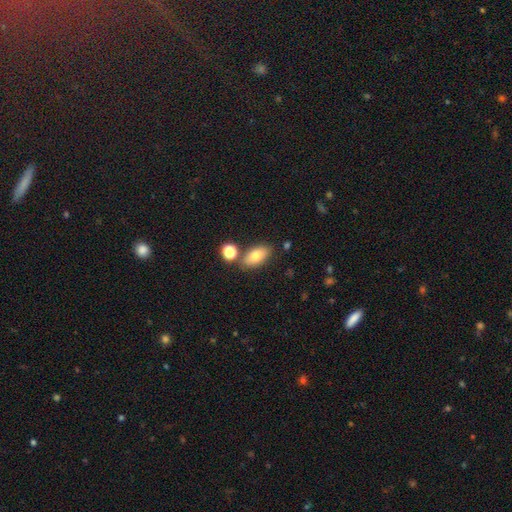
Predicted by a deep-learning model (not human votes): Smooth or featured? smooth (78%)
How rounded? in between (89%)
Merging? none (75%)